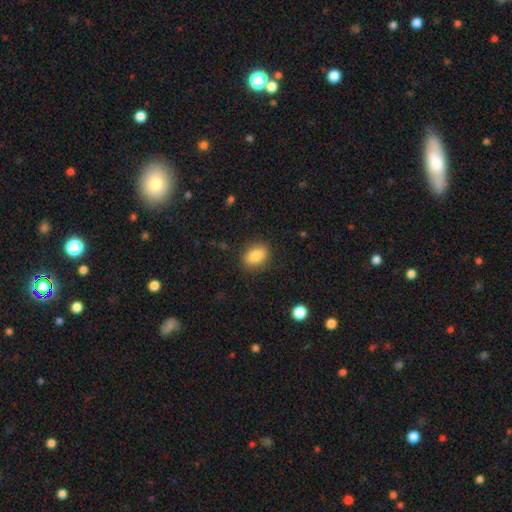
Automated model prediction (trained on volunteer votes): Overall: smooth (86%). How rounded: in between (75%). Merging: none (85%).